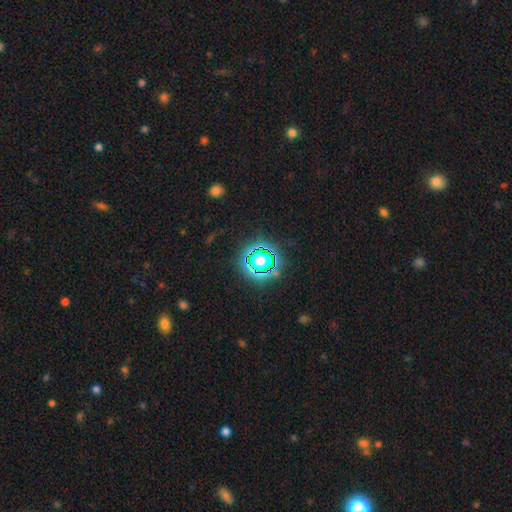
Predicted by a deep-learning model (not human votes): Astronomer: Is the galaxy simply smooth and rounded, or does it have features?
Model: star or artifact — 61%.